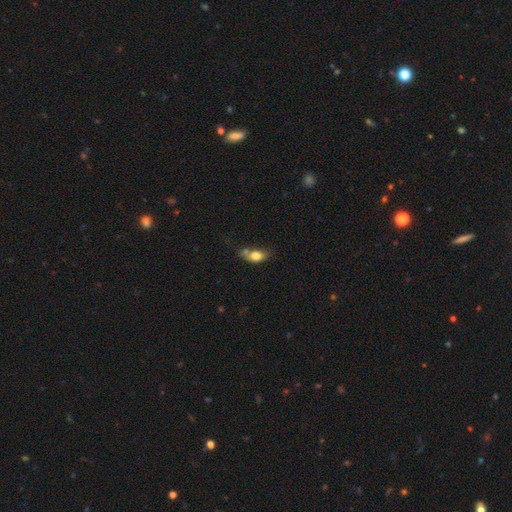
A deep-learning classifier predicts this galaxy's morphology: smooth 75%, featured or disk 17%, star or artifact 8%. Down the decision tree: how rounded — in between (82%); merging — none (36%).